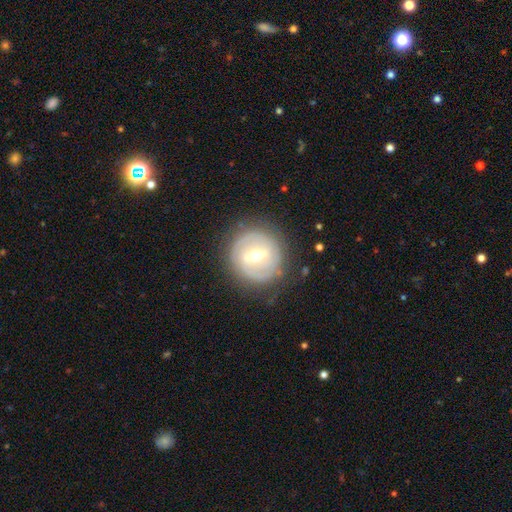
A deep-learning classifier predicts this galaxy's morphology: The model was most divided on "bar": weak: 46%, strong: 42%, no: 12%. More confident: edge-on disk — no (95%); merging — none (80%); smooth or featured — featured or disk (72%); bulge size — moderate (70%); spiral arms — yes (70%).